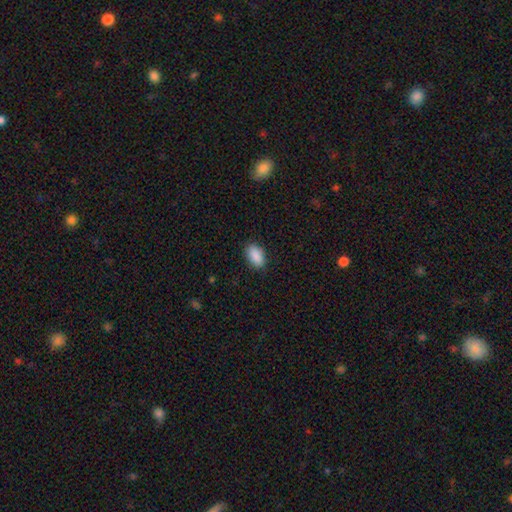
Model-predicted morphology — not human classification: The model was most divided on "merging": none: 87%, minor disturbance: 10%, major disturbance: 2%, merger: 1%. More confident: how rounded — in between (93%); smooth or featured — smooth (90%).